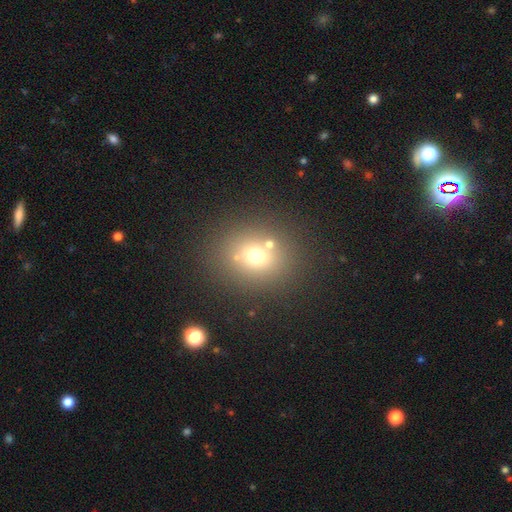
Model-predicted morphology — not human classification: type=smooth (67%); roundness=round (72%); merging=none (75%).